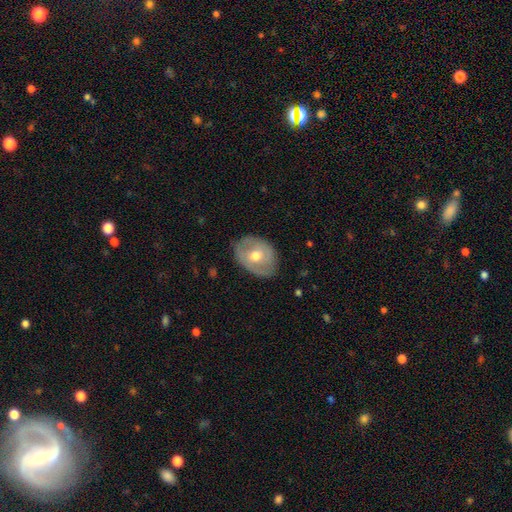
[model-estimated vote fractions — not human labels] A featured or disk galaxy (47%).

Vote fractions:
- Smooth or featured? featured or disk: 47% / smooth: 46% / star or artifact: 6%
- Merging? none: 77% / minor disturbance: 17% / major disturbance: 4% / merger: 1%